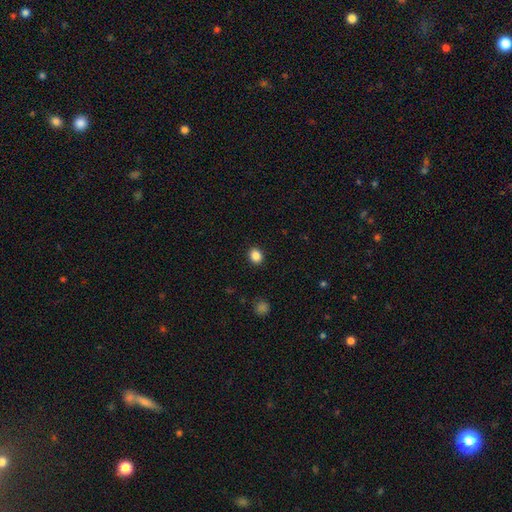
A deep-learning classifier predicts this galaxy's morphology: smooth-or-featured: smooth: 86% | star or artifact: 10% | featured or disk: 4%
  how-rounded: round: 63% | in between: 36% | cigar-shaped: 1%
  merging: none: 91% | minor disturbance: 6% | major disturbance: 2% | merger: 1%